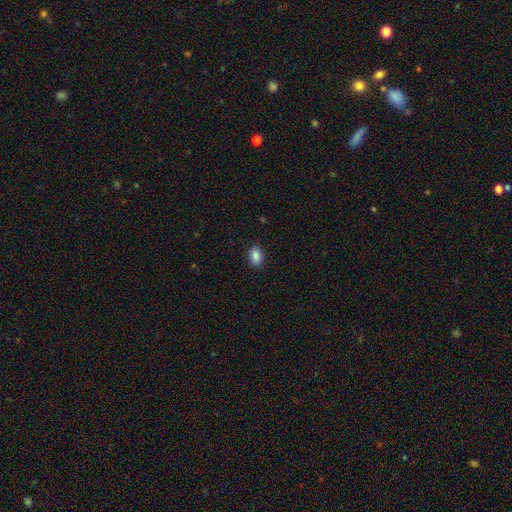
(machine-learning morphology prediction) This appears to be a smooth galaxy with no disk features (88%) that is in between round and cigar-shaped (87%). Merging: none (89%).